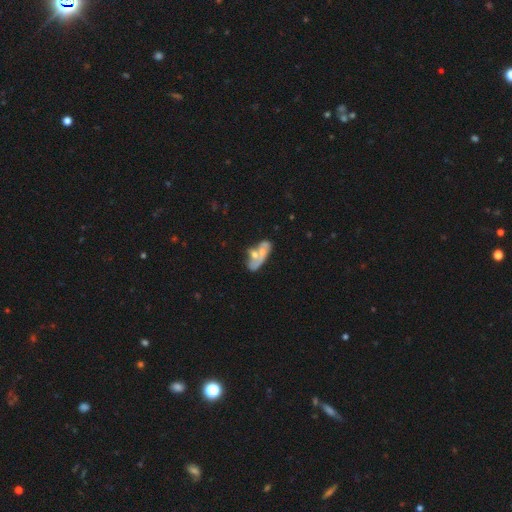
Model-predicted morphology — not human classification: This is possibly a featured or disk galaxy (53%). It is clearly not viewed edge-on (90%). Merging: possibly merger (47%).